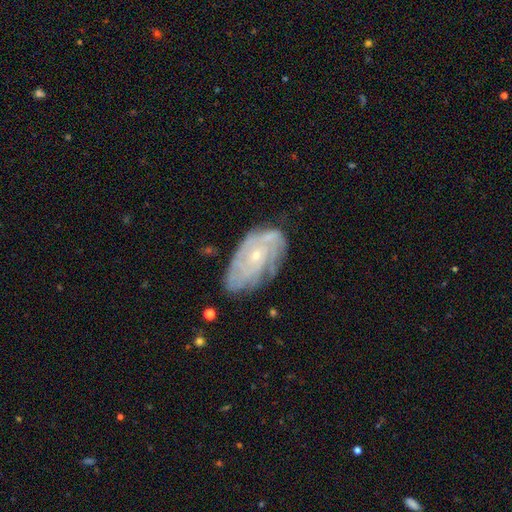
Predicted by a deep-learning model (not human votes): Smooth or featured: featured or disk — 77% (smooth — 16%)
Edge-on disk: no — 94% (yes — 6%)
Bar: no — 77% (weak — 19%)
Spiral arms: yes — 90% (no — 10%)
Spiral winding: tight — 66% (medium — 27%)
Spiral arm count: can't tell — 41% (3 — 17%)
Bulge size: small — 73% (moderate — 23%)
Merging: none — 69% (minor disturbance — 22%)